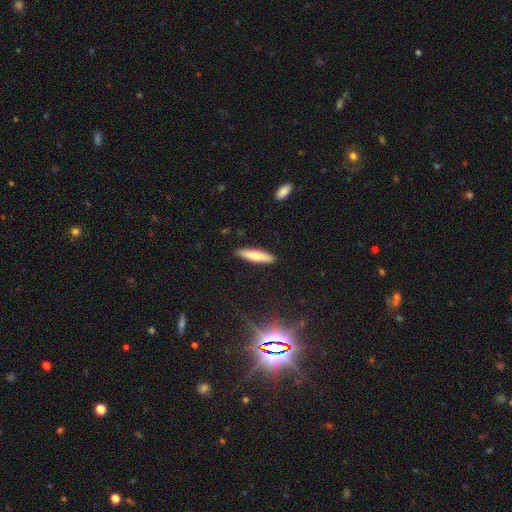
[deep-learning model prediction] Smooth or featured? smooth (70%)
How rounded? cigar-shaped (78%)
Merging? none (90%)